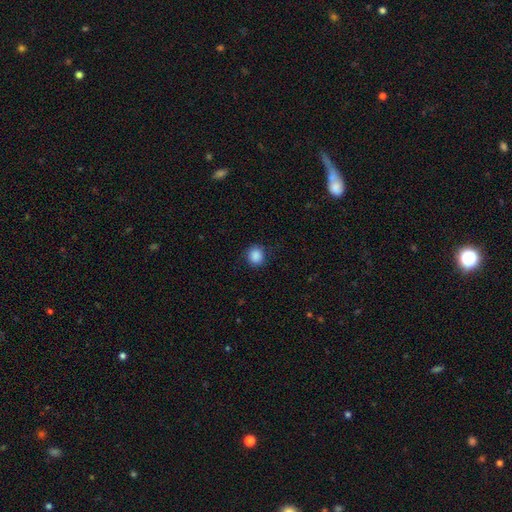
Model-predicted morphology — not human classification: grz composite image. It shows a smooth galaxy with no disk features (88%) that is round (85%). Merging: none (85%).